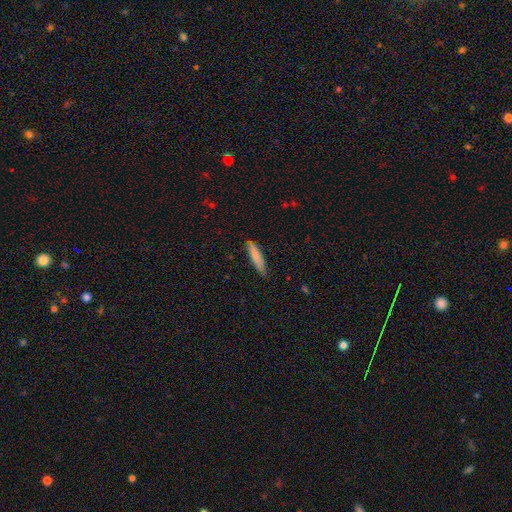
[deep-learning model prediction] smooth_or_featured: smooth (p=0.80) [alt: featured or disk p=0.14]
how_rounded: cigar-shaped (p=0.87) [alt: in between p=0.12]
merging: none (p=0.84) [alt: minor disturbance p=0.13]